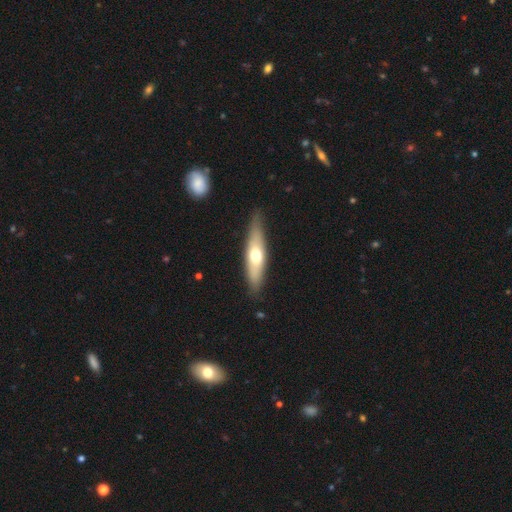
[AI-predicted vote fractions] Overall: smooth (52%; featured or disk 43%). How rounded: cigar-shaped (65%; in between 33%). Merging: none (84%).